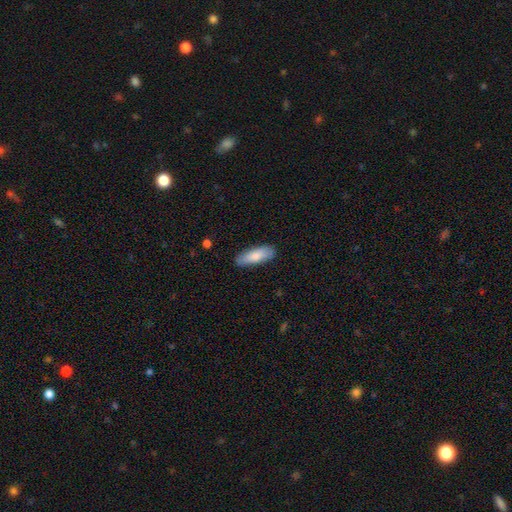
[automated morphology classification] Smooth or featured?
  - smooth: 81% *
  - featured or disk: 13%
  - star or artifact: 6%
How rounded?
  - in between: 59% *
  - cigar-shaped: 39%
  - round: 2%
Merging?
  - none: 86% *
  - minor disturbance: 11%
  - major disturbance: 2%
  - merger: 1%